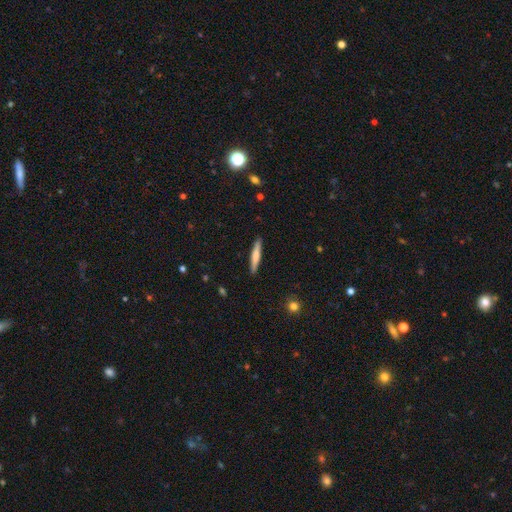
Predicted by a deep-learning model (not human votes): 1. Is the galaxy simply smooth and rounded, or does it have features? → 64% smooth, 30% featured or disk, 5% star or artifact.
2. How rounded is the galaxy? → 94% cigar-shaped, 5% in between, 1% round.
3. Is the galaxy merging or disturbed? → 91% none, 7% minor disturbance, 1% major disturbance, 1% merger.